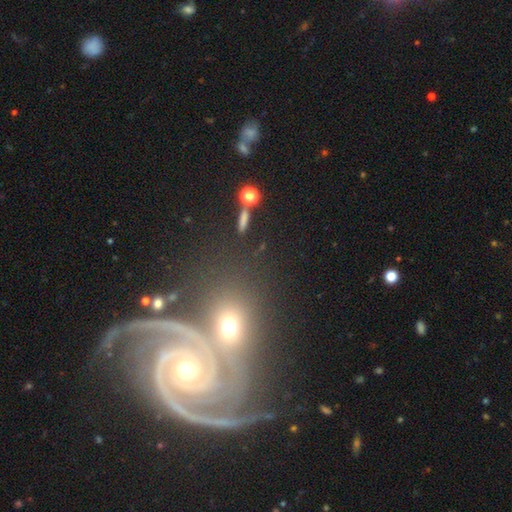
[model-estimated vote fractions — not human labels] This appears to be a featured or disk galaxy (81%) with no bar (60%), 2 (56%) tight (69%) spiral arms (97%) and a small central bulge (58%). Merging: none (57%).